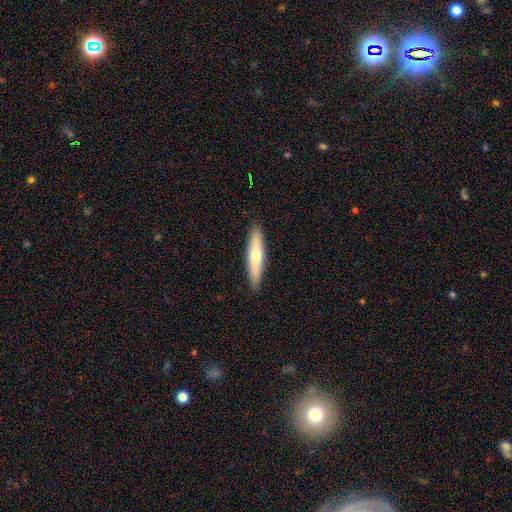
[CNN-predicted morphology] Smooth or featured?
  - smooth: 63% *
  - featured or disk: 31%
  - star or artifact: 5%
How rounded?
  - cigar-shaped: 85% *
  - in between: 14%
  - round: 1%
Merging?
  - none: 90% *
  - minor disturbance: 8%
  - major disturbance: 2%
  - merger: 1%